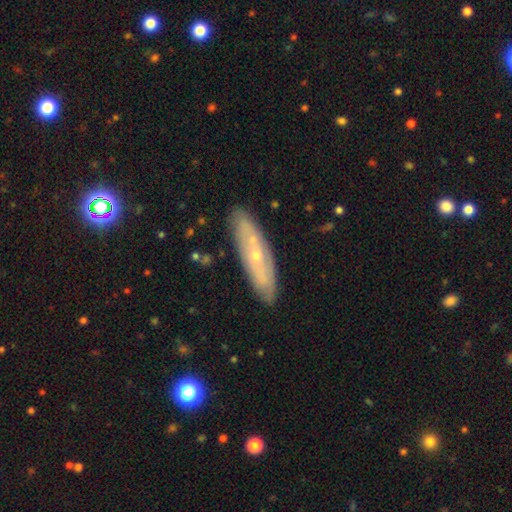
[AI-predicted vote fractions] The model was most divided on "edge-on disk": no: 62%, yes: 38%. More confident: merging — none (84%); smooth or featured — featured or disk (62%).